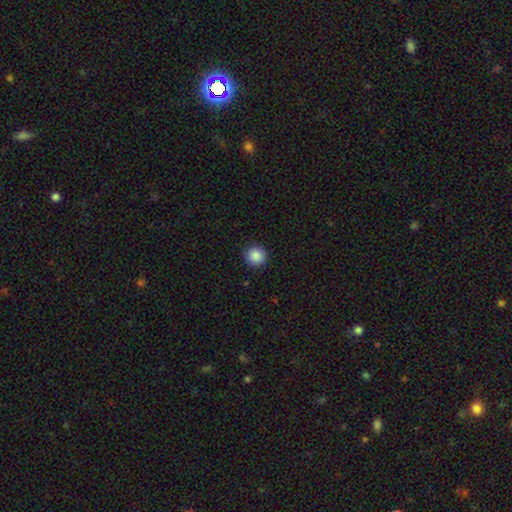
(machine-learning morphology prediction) A smooth galaxy with no disk features (88%) that is round (92%). Merging: none (88%).